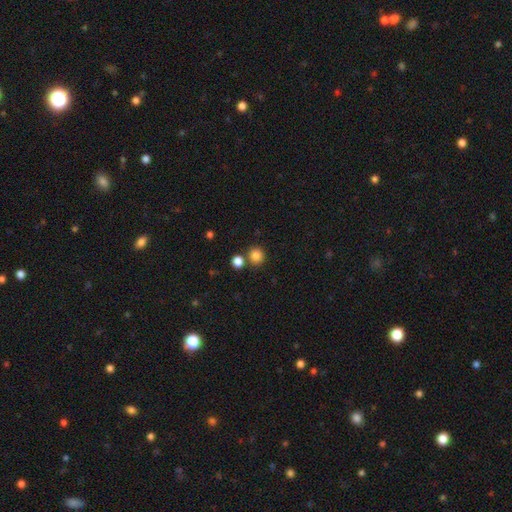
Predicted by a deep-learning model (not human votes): smooth_or_featured: smooth (p=0.84) [alt: star or artifact p=0.12]
how_rounded: round (p=0.90) [alt: in between p=0.09]
merging: none (p=0.75) [alt: merger p=0.15]